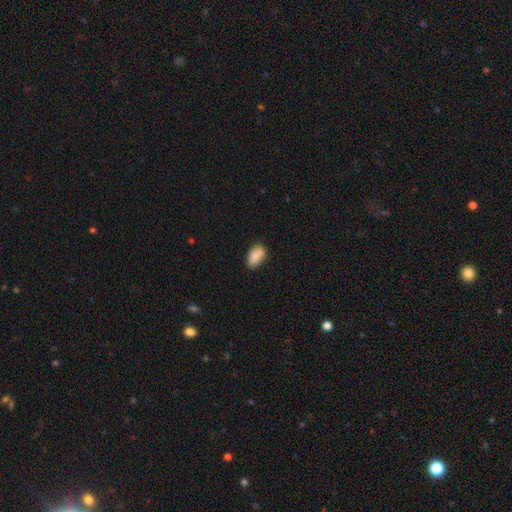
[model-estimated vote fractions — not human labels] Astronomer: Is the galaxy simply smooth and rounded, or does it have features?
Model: smooth — 88%.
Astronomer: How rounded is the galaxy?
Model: in between — 93%.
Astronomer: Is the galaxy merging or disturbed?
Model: none — 80%.